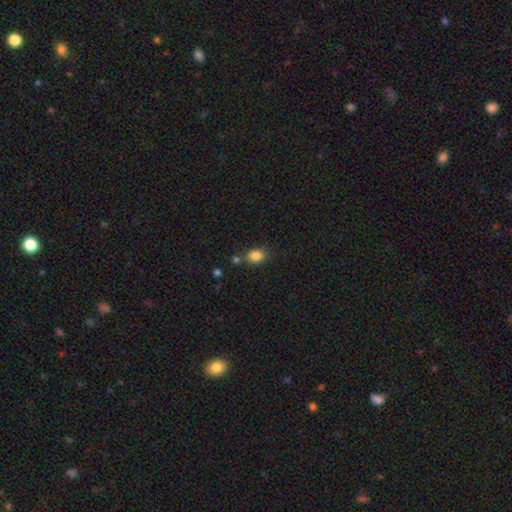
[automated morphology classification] Smooth or featured? Predicted: smooth (p=0.84). How rounded? Predicted: in between (p=0.63). Merging? Predicted: none (p=0.66).